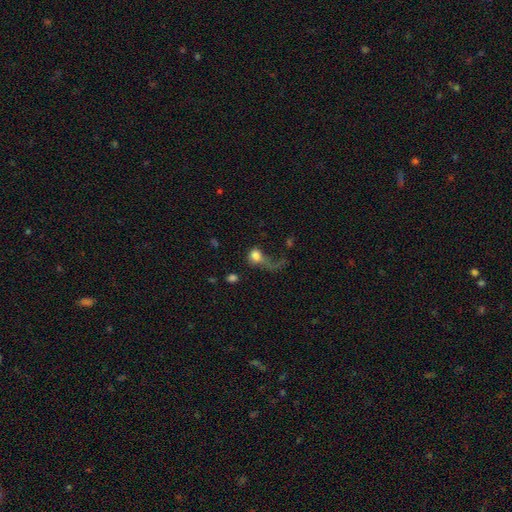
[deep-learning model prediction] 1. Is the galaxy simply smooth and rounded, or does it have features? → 70% smooth, 20% featured or disk, 11% star or artifact.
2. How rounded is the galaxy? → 59% round, 39% in between, 2% cigar-shaped.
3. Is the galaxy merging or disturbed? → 62% major disturbance, 17% none, 12% minor disturbance, 8% merger.